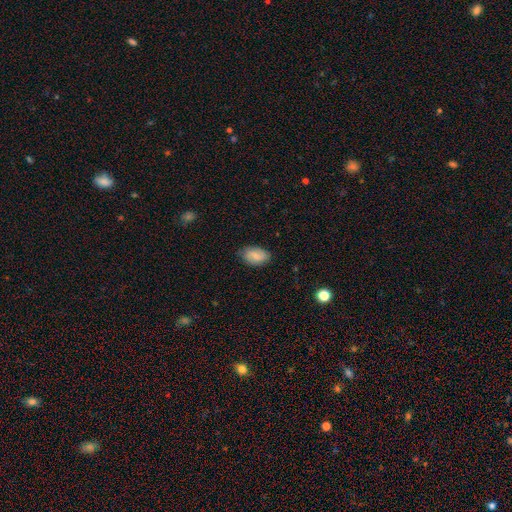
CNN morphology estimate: This is likely a smooth galaxy (78%). How rounded: clearly in between (92%). Merging: likely none (78%).